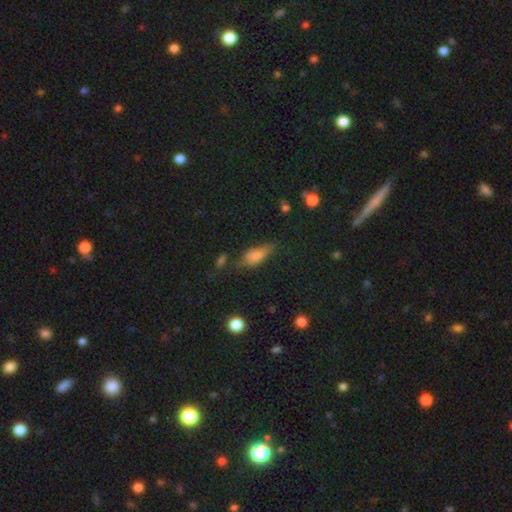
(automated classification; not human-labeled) The model was most divided on "merging": none: 42%, minor disturbance: 34%, major disturbance: 18%, merger: 6%. More confident: how rounded — in between (76%); smooth or featured — smooth (73%).